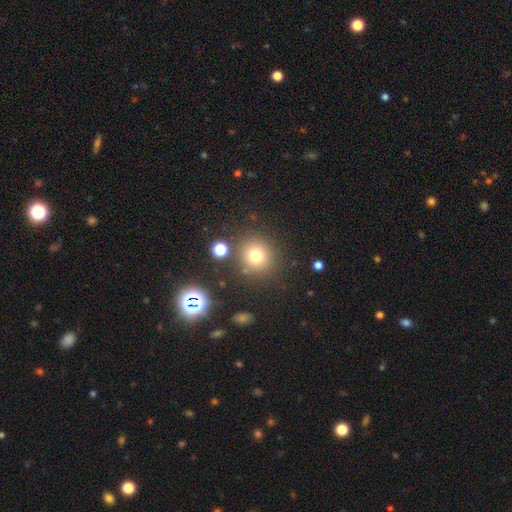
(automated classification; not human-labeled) A smooth galaxy with no disk features (74%) that is round (91%). Merging: none (83%).